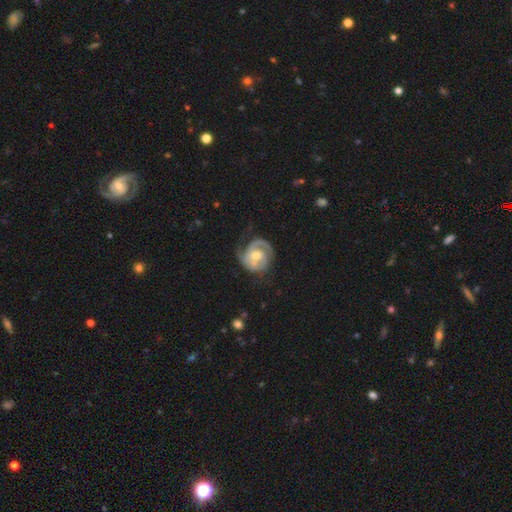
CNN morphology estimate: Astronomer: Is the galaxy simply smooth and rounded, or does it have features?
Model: featured or disk — 87%.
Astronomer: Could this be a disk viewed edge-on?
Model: no — 98%.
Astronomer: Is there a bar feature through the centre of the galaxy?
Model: no — 58% (runner-up: weak, 33%).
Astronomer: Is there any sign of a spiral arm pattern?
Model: yes — 97%.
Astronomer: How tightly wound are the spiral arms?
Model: tight — 54% (runner-up: medium, 37%).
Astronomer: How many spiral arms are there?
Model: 2 — 62%.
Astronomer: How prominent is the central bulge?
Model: moderate — 62%.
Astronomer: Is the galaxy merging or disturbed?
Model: none — 65%.